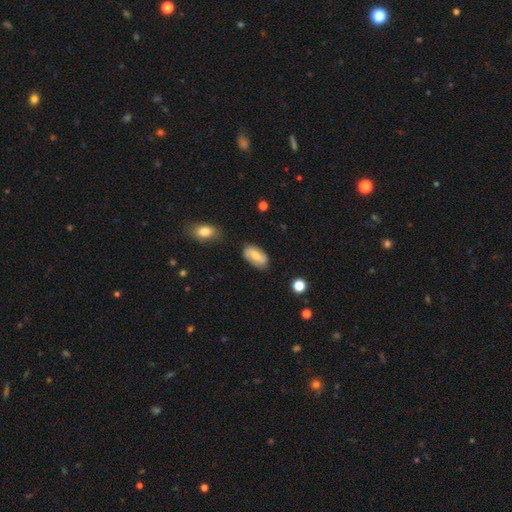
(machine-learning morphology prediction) smooth_or_featured: smooth (p=0.56) [alt: featured or disk p=0.37]
how_rounded: in between (p=0.91) [alt: round p=0.05]
merging: none (p=0.79) [alt: minor disturbance p=0.15]